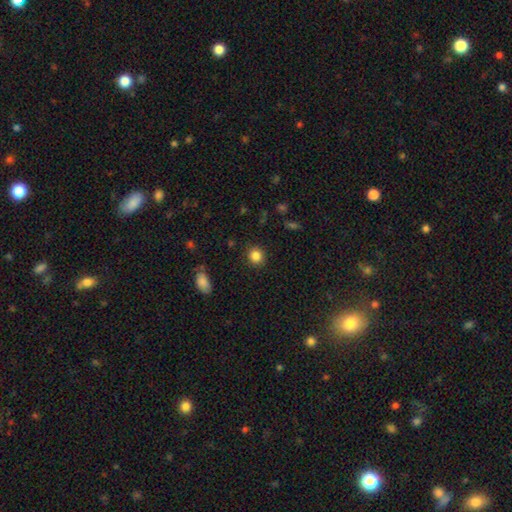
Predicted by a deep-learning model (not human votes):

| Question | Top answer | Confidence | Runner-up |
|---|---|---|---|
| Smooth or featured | smooth | 85% | star or artifact (10%) |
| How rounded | round | 82% | in between (17%) |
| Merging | none | 89% | minor disturbance (7%) |